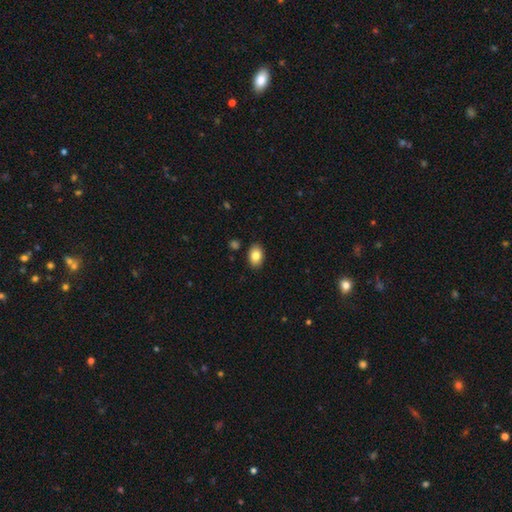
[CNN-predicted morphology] This appears to be a smooth galaxy with no disk features (83%) that is in between round and cigar-shaped (85%). Merging: none (88%).